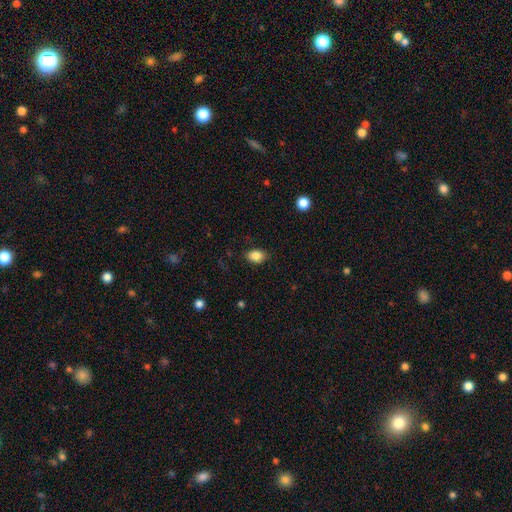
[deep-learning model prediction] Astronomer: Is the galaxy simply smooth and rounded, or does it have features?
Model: smooth — 87%.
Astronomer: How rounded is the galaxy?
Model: in between — 79%.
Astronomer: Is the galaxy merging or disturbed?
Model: none — 82%.